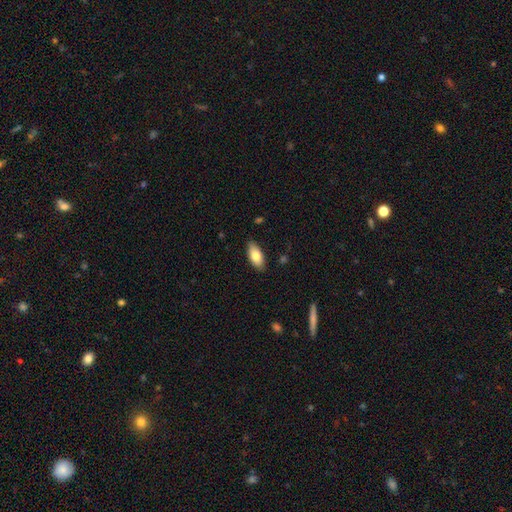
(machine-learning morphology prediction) Smooth or featured: smooth — 80% (featured or disk — 14%)
How rounded: in between — 89% (cigar-shaped — 8%)
Merging: none — 85% (minor disturbance — 12%)